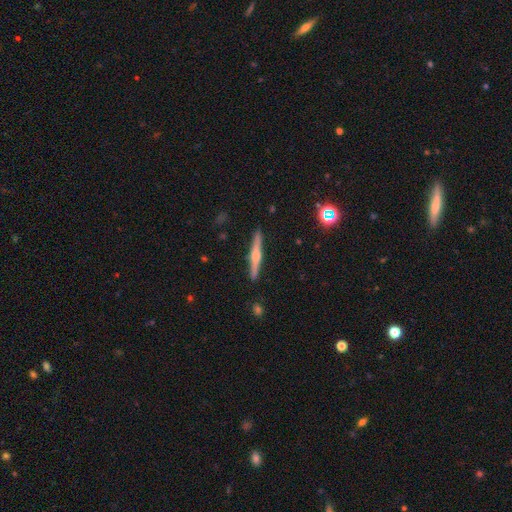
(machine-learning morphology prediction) Smooth or featured? featured or disk (69%)
Edge-on disk? yes (98%)
Edge-on bulge? rounded (88%)
Merging? none (91%)